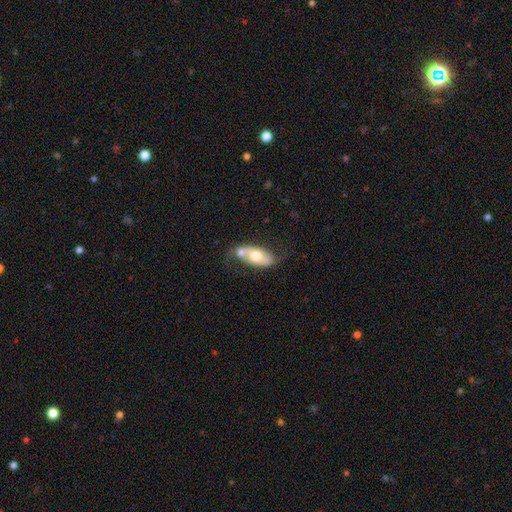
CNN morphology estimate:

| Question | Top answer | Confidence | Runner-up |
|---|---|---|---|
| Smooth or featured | featured or disk | 51% | smooth (42%) |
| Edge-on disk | no | 86% | yes (14%) |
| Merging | none | 44% | minor disturbance (23%) |